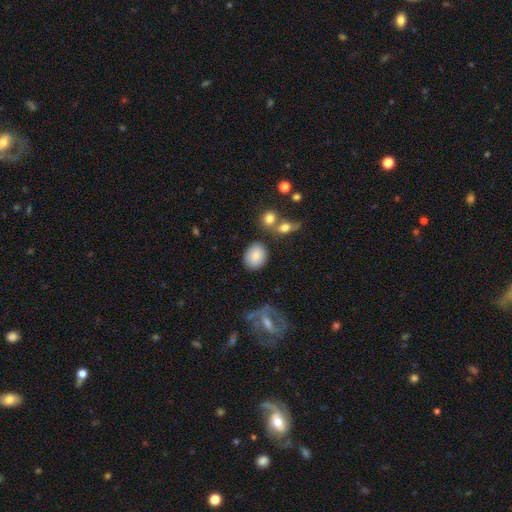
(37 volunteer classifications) smooth 86%, featured or disk 14%, star or artifact 0%. Down the decision tree: how rounded — in between (66%); merging — none (84%).